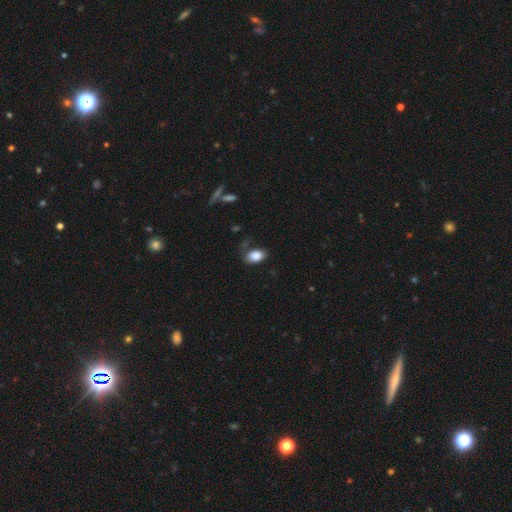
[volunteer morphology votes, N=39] type=smooth (79%); roundness=in between (90%); merging=none (57%).